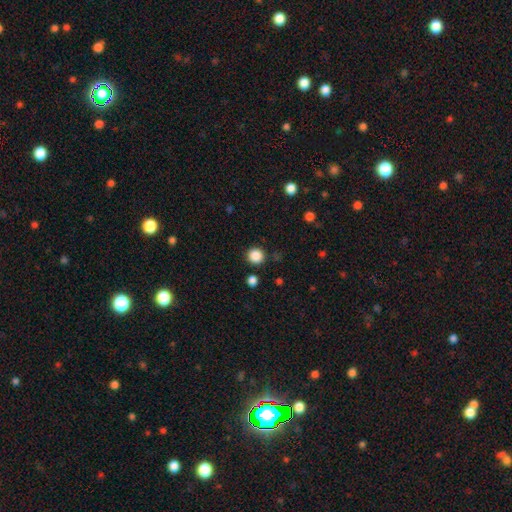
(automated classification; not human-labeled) Smooth or featured?
  - smooth: 86% *
  - star or artifact: 11%
  - featured or disk: 3%
How rounded?
  - round: 93% *
  - in between: 6%
  - cigar-shaped: 1%
Merging?
  - none: 88% *
  - minor disturbance: 6%
  - merger: 3%
  - major disturbance: 2%